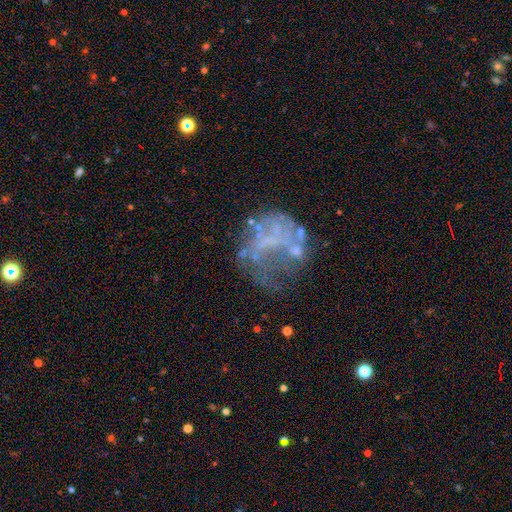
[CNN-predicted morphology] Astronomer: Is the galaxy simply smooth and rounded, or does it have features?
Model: featured or disk — 61%.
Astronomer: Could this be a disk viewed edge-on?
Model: no — 98%.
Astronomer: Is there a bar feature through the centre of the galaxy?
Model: no — 77%.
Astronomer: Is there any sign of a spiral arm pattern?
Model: no — 77%.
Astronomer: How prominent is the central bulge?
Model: none — 73%.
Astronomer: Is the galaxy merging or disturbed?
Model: major disturbance — 36%, tied with none at 36%.